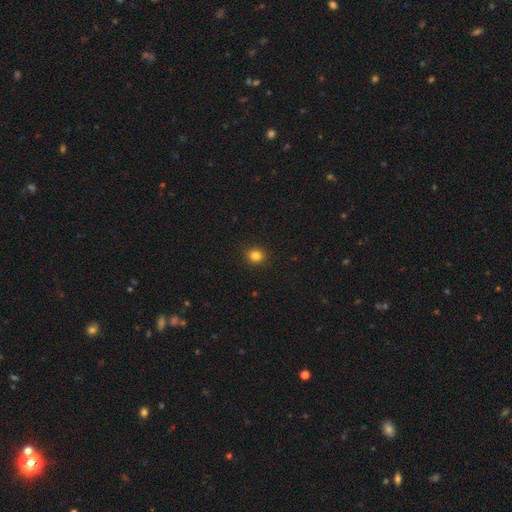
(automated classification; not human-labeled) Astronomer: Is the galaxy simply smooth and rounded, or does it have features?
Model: smooth — 83%.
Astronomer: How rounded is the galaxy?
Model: round — 84%.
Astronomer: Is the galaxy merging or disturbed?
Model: none — 91%.